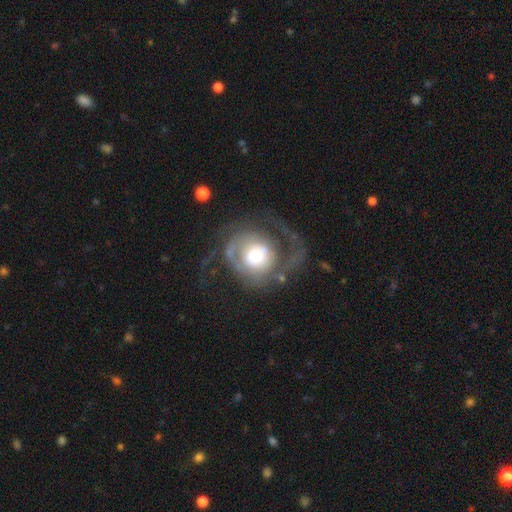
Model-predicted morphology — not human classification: smooth_or_featured: featured or disk (p=0.69) [alt: smooth p=0.25]
disk_edge_on: no (p=0.97) [alt: yes p=0.03]
bar: no (p=0.78) [alt: weak p=0.18]
has_spiral_arms: yes (p=0.74) [alt: no p=0.26]
bulge_size: moderate (p=0.52) [alt: large p=0.28]
merging: major disturbance (p=0.41) [alt: none p=0.40]